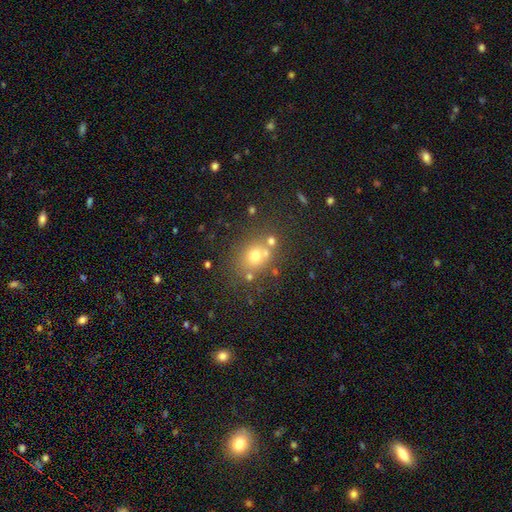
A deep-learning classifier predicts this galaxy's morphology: This is likely a smooth galaxy (64%). How rounded: likely round (68%). Merging: likely none (62%).